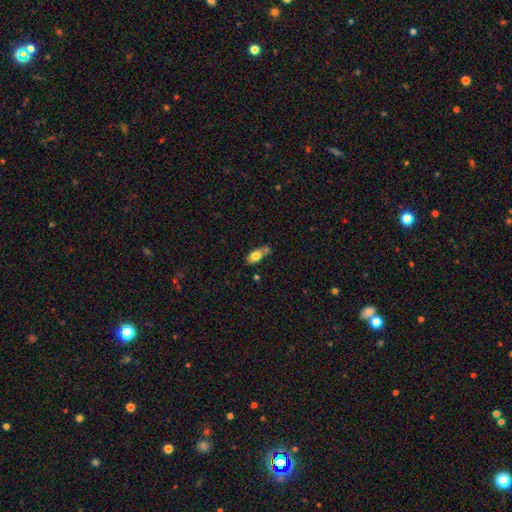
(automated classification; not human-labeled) smooth 76%, featured or disk 16%, star or artifact 8%. Down the decision tree: how rounded — in between (84%); merging — none (46%).